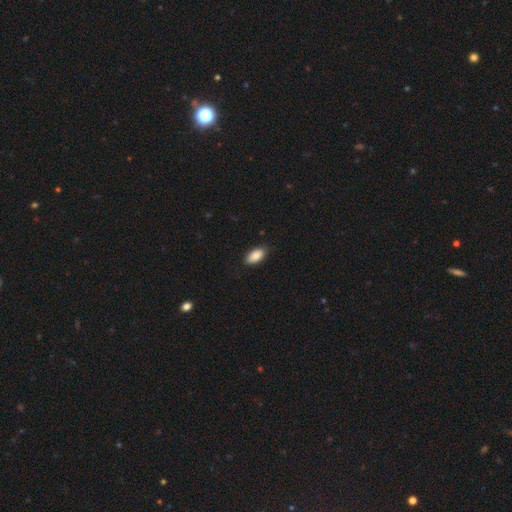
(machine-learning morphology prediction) smooth_or_featured: smooth (p=0.89) [alt: star or artifact p=0.07]
how_rounded: in between (p=0.93) [alt: cigar-shaped p=0.05]
merging: none (p=0.86) [alt: minor disturbance p=0.11]